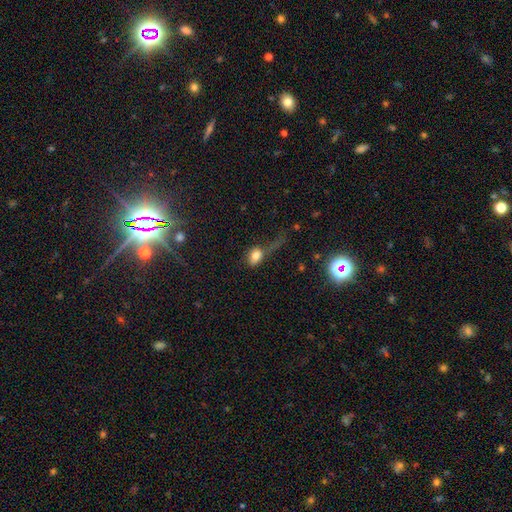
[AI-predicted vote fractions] smooth 76%, featured or disk 13%, star or artifact 11%. Down the decision tree: how rounded — in between (74%); merging — major disturbance (41%).